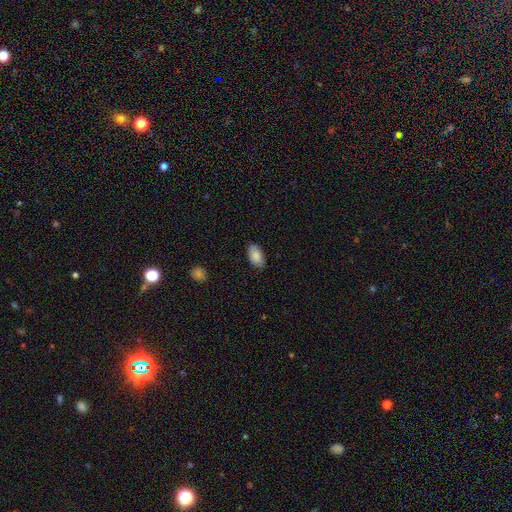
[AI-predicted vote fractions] This is clearly a smooth galaxy (86%). How rounded: clearly in between (95%). Merging: clearly none (83%).